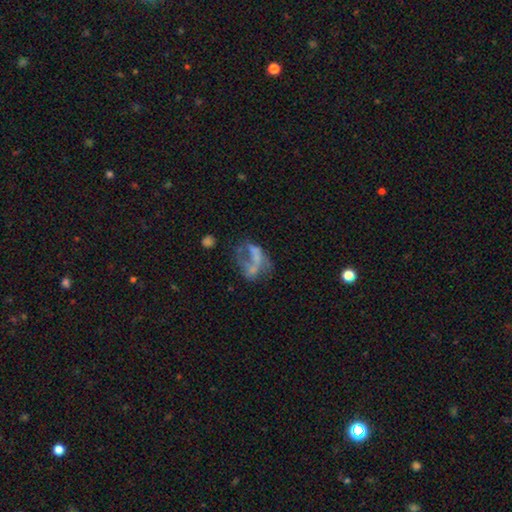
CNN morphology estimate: Overall: featured or disk (53%; smooth 32%). Edge-on disk: no (97%). Bar: no (78%). Spiral arms: no (78%). Bulge size: none (75%). Merging: major disturbance (41%; none 26%).